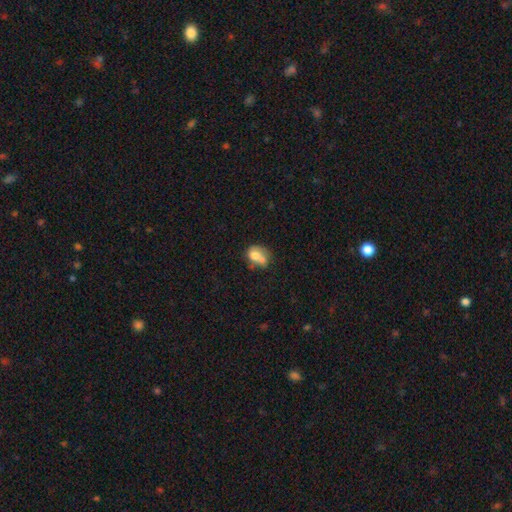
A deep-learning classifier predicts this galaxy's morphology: Q: Smooth or featured?
A: smooth (68%); runner-up: featured or disk (23%)
Q: How rounded?
A: in between (52%); runner-up: round (47%)
Q: Merging?
A: merger (53%); runner-up: none (24%)